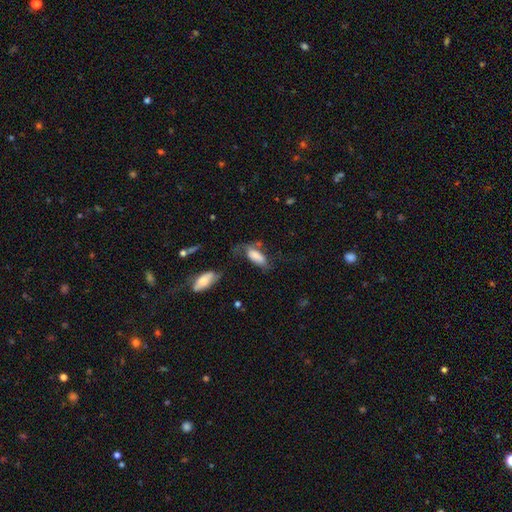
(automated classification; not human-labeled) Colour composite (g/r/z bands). It shows a smooth galaxy with no disk features (74%) that is in between round and cigar-shaped (82%). Merging: none (35%).